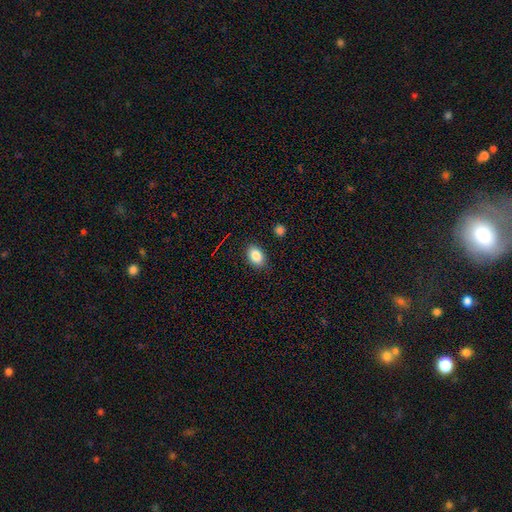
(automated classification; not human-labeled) Overall: smooth (86%). How rounded: in between (83%). Merging: none (85%).